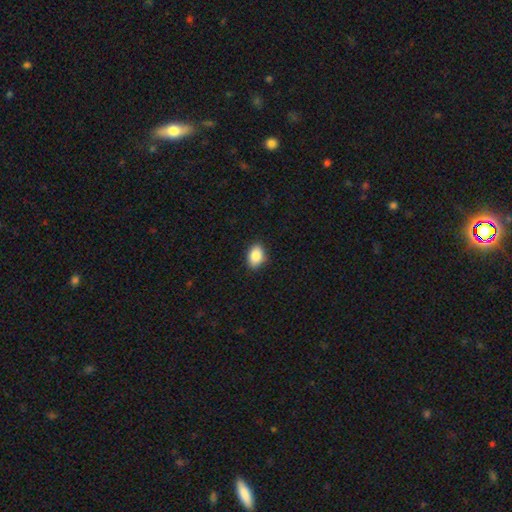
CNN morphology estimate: Smooth or featured?
  - smooth: 86% *
  - star or artifact: 8%
  - featured or disk: 6%
How rounded?
  - in between: 81% *
  - round: 17%
  - cigar-shaped: 1%
Merging?
  - none: 86% *
  - minor disturbance: 11%
  - major disturbance: 2%
  - merger: 1%